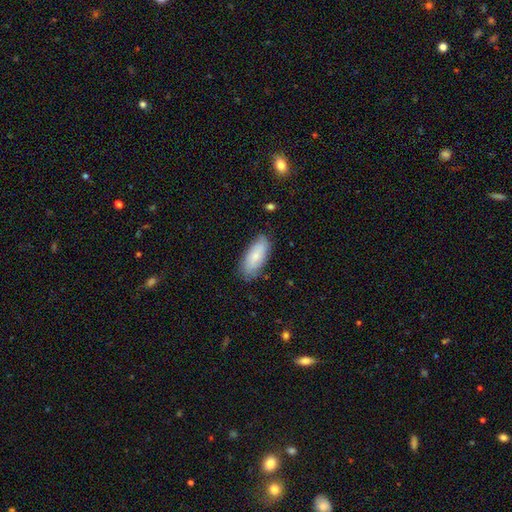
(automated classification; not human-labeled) smooth_or_featured: smooth (p=0.73) [alt: featured or disk p=0.21]
how_rounded: in between (p=0.84) [alt: cigar-shaped p=0.14]
merging: none (p=0.78) [alt: minor disturbance p=0.18]